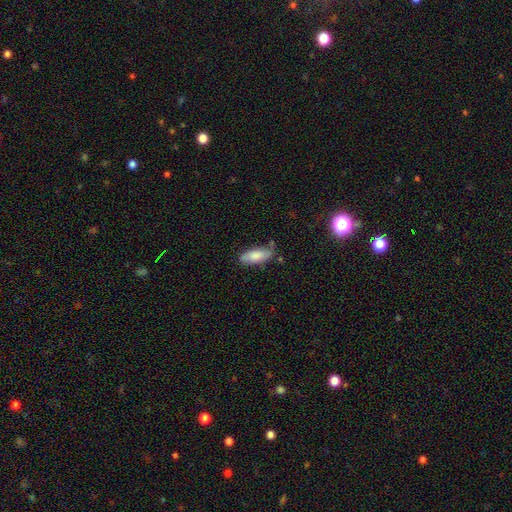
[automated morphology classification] This appears to be a smooth galaxy with no disk features (75%) that is in between round and cigar-shaped (76%). Merging: none (66%).